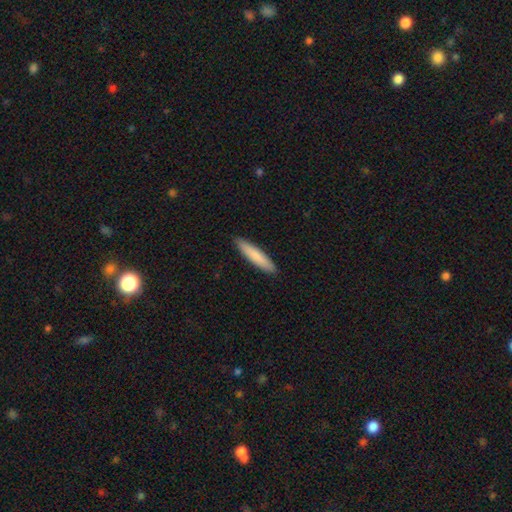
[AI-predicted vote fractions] smooth 84%, featured or disk 12%, star or artifact 5%. Down the decision tree: how rounded — cigar-shaped (87%); merging — none (91%).